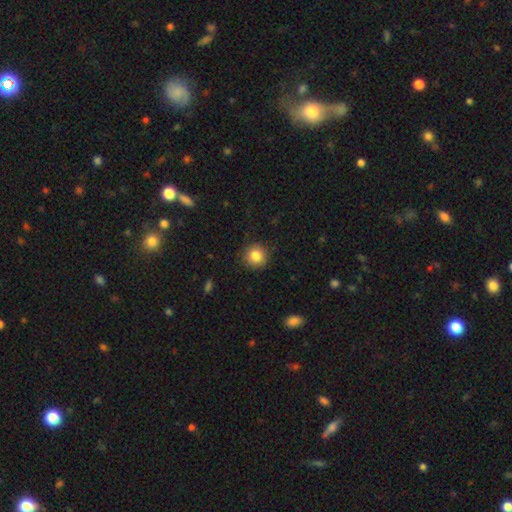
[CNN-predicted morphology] Q: Smooth or featured?
A: smooth (83%); runner-up: star or artifact (10%)
Q: How rounded?
A: round (93%); runner-up: in between (6%)
Q: Merging?
A: none (89%); runner-up: minor disturbance (7%)